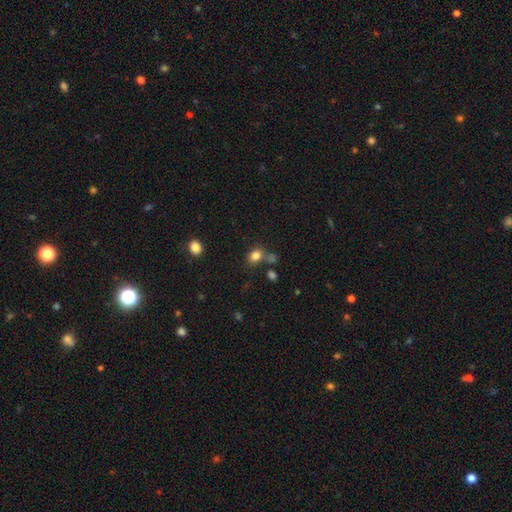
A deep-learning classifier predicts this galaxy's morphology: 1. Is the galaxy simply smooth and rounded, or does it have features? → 81% smooth, 13% star or artifact, 6% featured or disk.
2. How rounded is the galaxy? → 56% round, 43% in between, 1% cigar-shaped.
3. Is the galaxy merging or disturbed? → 63% none, 16% merger, 14% minor disturbance, 6% major disturbance.